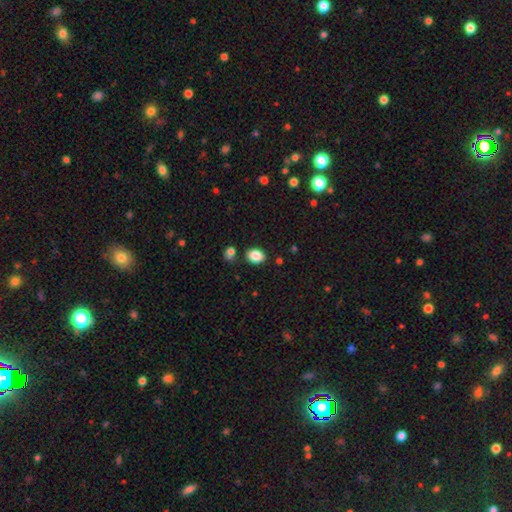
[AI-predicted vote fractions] This is clearly a smooth galaxy (87%). How rounded: likely in between (68%). Merging: clearly none (83%).